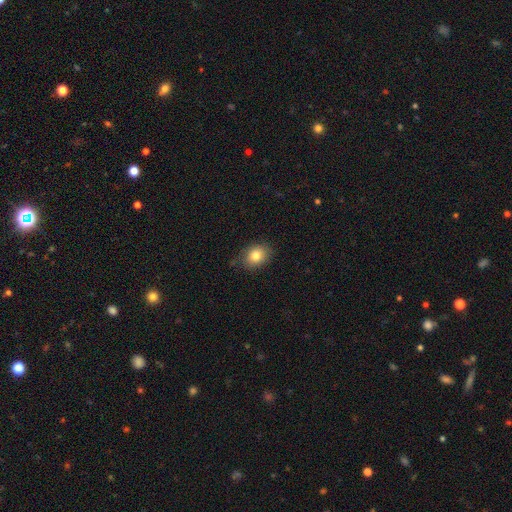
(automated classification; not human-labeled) This appears to be a smooth galaxy with no disk features (81%) that is in between round and cigar-shaped (57%). Merging: none (80%).